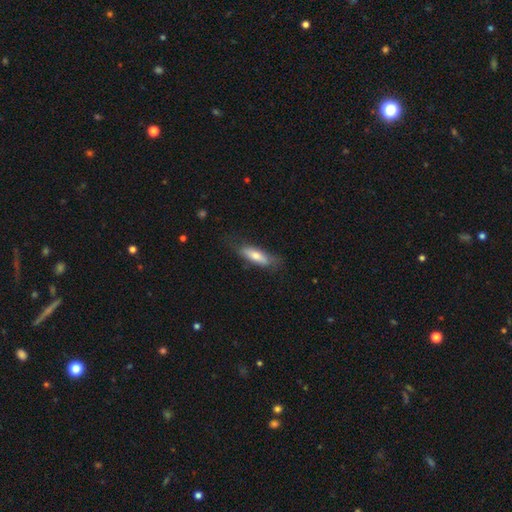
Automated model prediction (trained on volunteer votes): smooth-or-featured: smooth: 67% | featured or disk: 27% | star or artifact: 6%
  how-rounded: cigar-shaped: 50% | in between: 48% | round: 2%
  merging: none: 69% | minor disturbance: 22% | major disturbance: 8% | merger: 1%